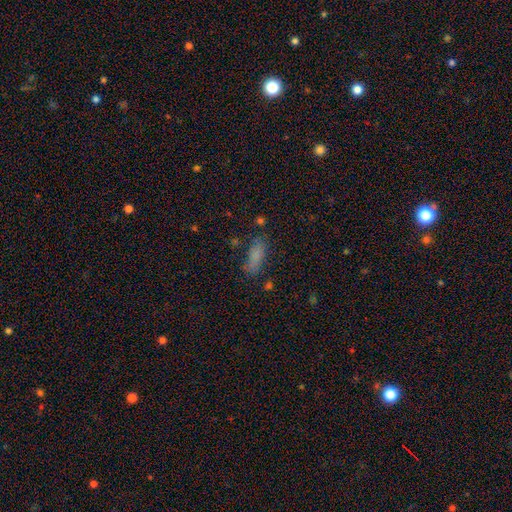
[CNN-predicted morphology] smooth 79%, star or artifact 12%, featured or disk 9%. Down the decision tree: how rounded — in between (58%); merging — none (68%).